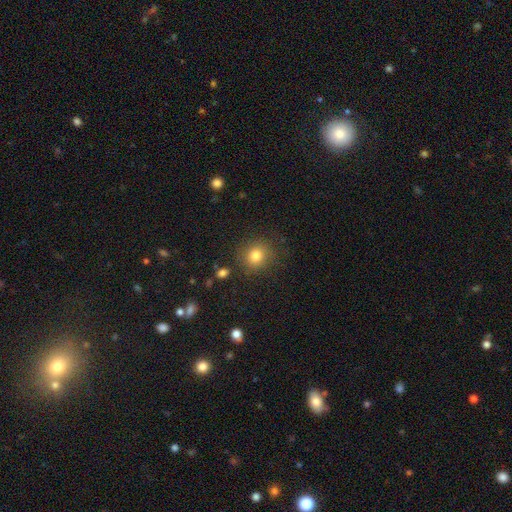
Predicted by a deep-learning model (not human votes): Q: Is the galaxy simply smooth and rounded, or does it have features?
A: smooth — 81%.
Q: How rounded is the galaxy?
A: round — 83%.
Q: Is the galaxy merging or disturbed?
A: none — 83%.